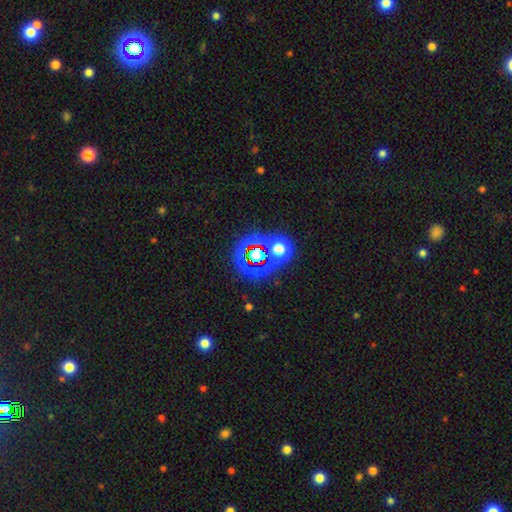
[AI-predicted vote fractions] Overall: star or artifact (69%).